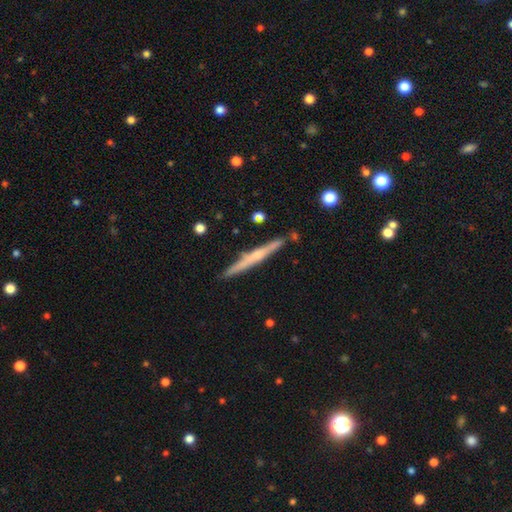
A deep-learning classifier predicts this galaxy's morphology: A featured or disk galaxy (62%) viewed edge-on (97%) with a rounded central bulge (52%).

Vote fractions:
- Smooth or featured? featured or disk: 62% / smooth: 33% / star or artifact: 6%
- Edge-on disk? yes: 97% / no: 3%
- Edge-on bulge? rounded: 52% / none: 41% / boxy: 7%
- Merging? none: 86% / minor disturbance: 9% / merger: 3% / major disturbance: 2%